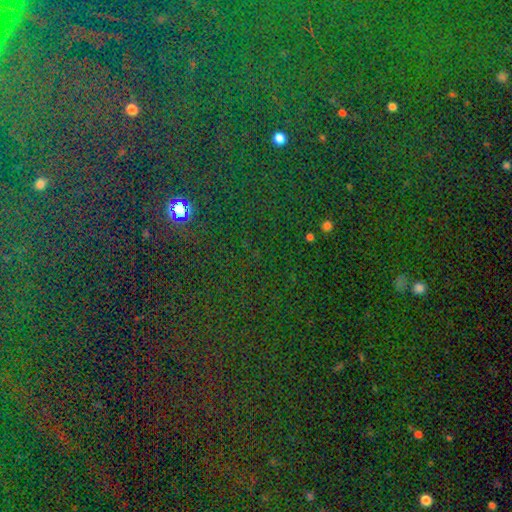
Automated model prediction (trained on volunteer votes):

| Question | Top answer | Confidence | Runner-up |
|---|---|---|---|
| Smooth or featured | star or artifact | 81% | smooth (11%) |